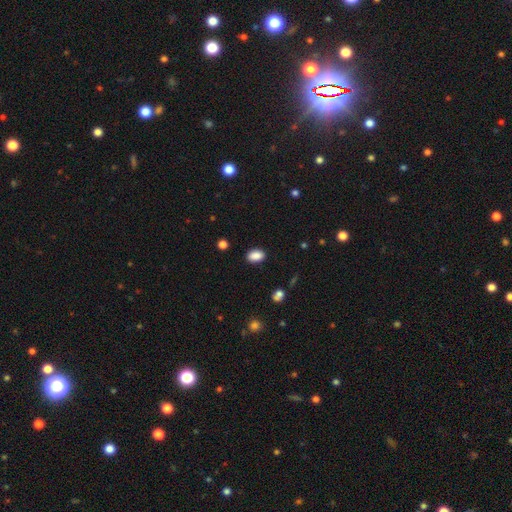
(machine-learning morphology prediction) This is clearly a smooth galaxy (88%). How rounded: clearly in between (86%). Merging: clearly none (88%).